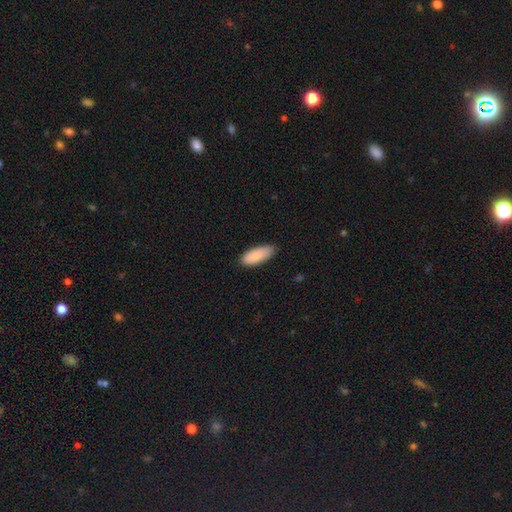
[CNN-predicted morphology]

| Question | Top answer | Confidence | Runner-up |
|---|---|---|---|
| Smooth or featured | smooth | 87% | featured or disk (7%) |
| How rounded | in between | 80% | cigar-shaped (19%) |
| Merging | none | 82% | minor disturbance (15%) |